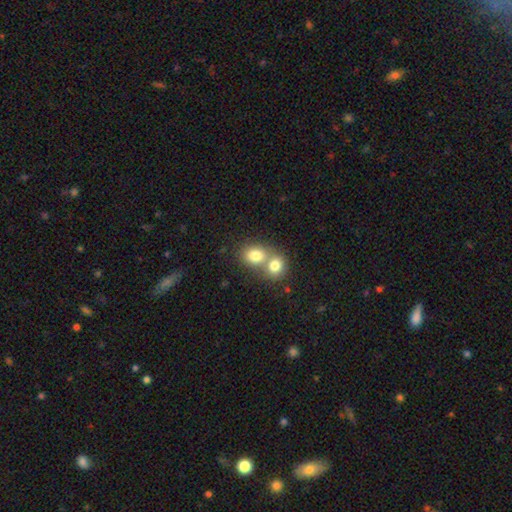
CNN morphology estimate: Smooth or featured? Predicted: smooth (p=0.78). How rounded? Predicted: round (p=0.56). Merging? Predicted: merger (p=0.62).